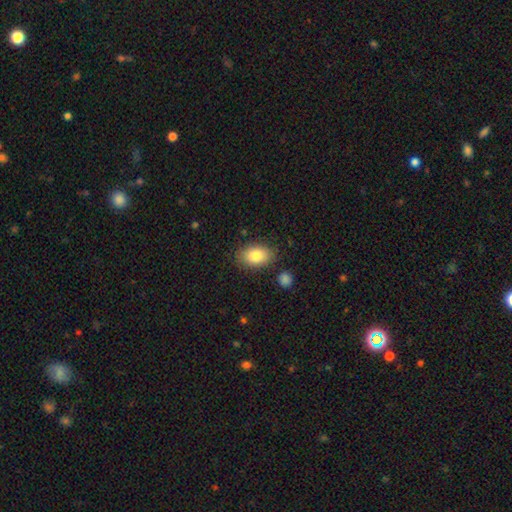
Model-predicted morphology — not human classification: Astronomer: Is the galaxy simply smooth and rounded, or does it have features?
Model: smooth — 82%.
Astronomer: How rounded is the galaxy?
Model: in between — 87%.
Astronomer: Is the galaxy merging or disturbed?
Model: none — 83%.